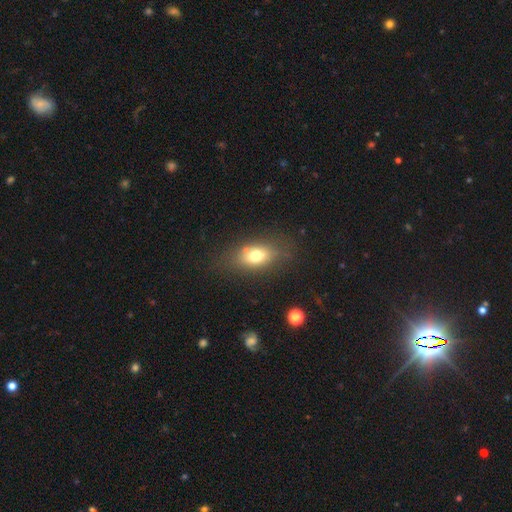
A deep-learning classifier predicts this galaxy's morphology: This is likely a smooth galaxy (71%). How rounded: clearly in between (80%). Merging: likely none (74%).